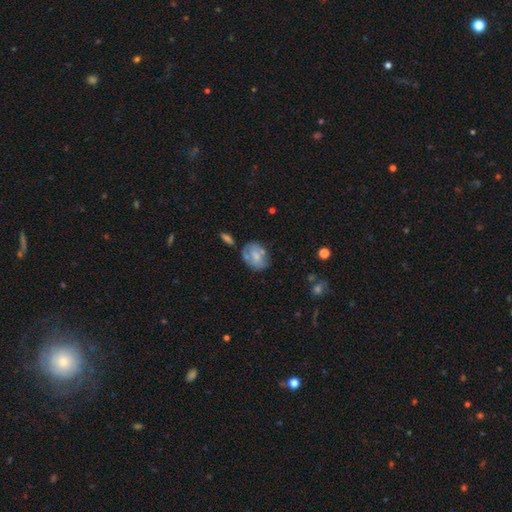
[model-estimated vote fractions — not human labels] The model was most divided on "smooth or featured": smooth: 50%, featured or disk: 42%, star or artifact: 8%. More confident: merging — none (53%).